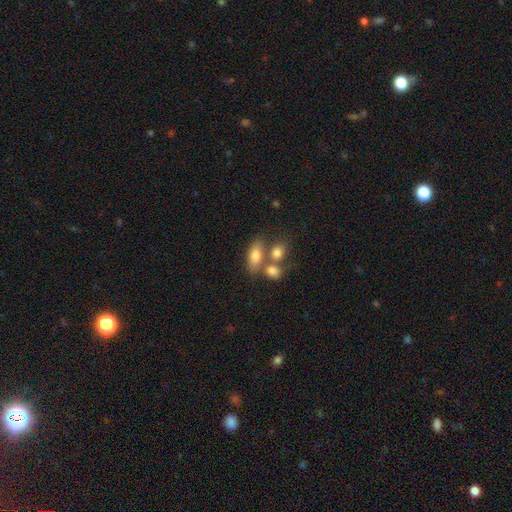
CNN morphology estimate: The model was most divided on "merging": none: 47%, merger: 37%, minor disturbance: 11%, major disturbance: 5%. More confident: how rounded — in between (82%); smooth or featured — smooth (75%).